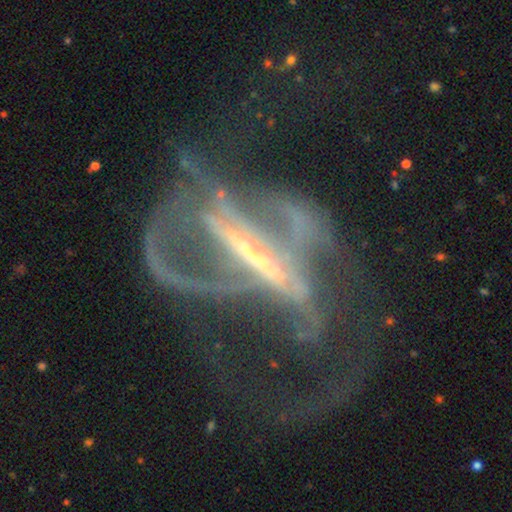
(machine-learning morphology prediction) A featured or disk galaxy (78%) with a strong bar (57%), spiral arms (63%) and a small central bulge (43%). Merging: major disturbance (46%).